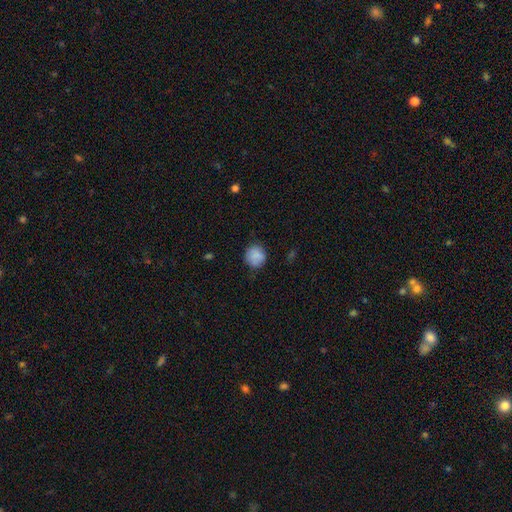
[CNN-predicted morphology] Q: Smooth or featured?
A: smooth (87%); runner-up: star or artifact (8%)
Q: How rounded?
A: round (88%); runner-up: in between (11%)
Q: Merging?
A: none (82%); runner-up: minor disturbance (14%)